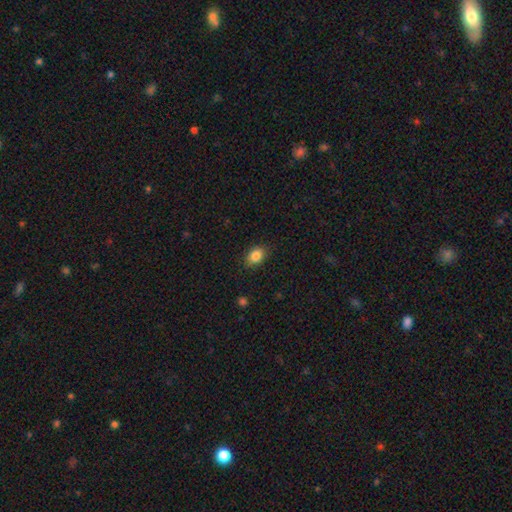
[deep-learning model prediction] Smooth or featured?
  - smooth: 85% *
  - star or artifact: 9%
  - featured or disk: 6%
How rounded?
  - in between: 75% *
  - round: 24%
  - cigar-shaped: 1%
Merging?
  - none: 86% *
  - minor disturbance: 10%
  - major disturbance: 2%
  - merger: 1%